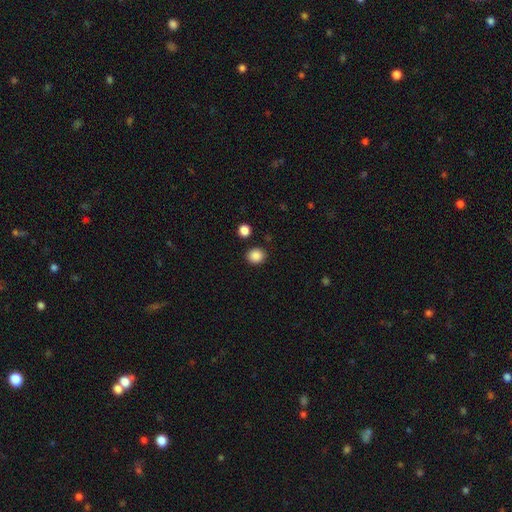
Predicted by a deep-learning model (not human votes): Smooth or featured? smooth (87%)
How rounded? round (81%)
Merging? none (89%)